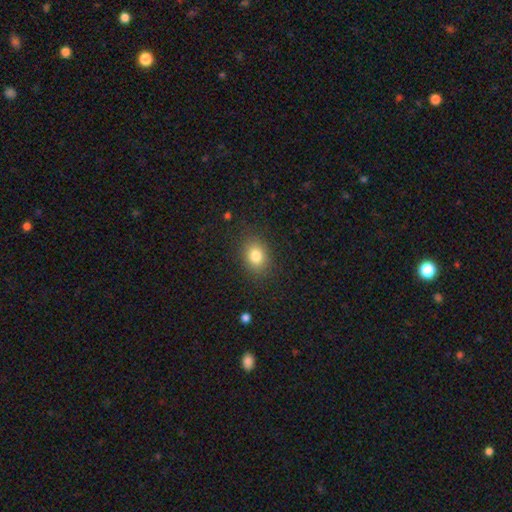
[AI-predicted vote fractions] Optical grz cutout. It shows a smooth galaxy with no disk features (81%) that is in between round and cigar-shaped (64%). Merging: none (85%).